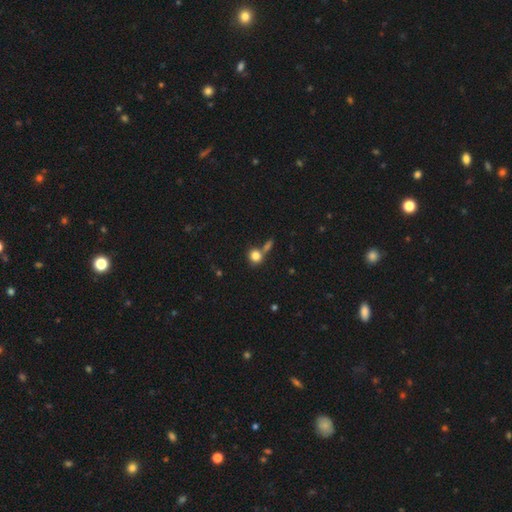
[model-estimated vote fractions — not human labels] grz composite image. It shows a smooth galaxy with no disk features (82%) that is round (81%). Merging: none (54%).